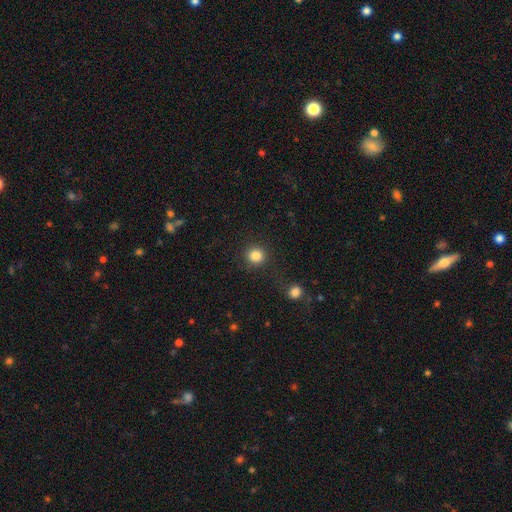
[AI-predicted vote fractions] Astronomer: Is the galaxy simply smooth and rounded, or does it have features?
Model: smooth — 85%.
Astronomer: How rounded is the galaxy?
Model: round — 93%.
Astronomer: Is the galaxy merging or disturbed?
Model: none — 88%.